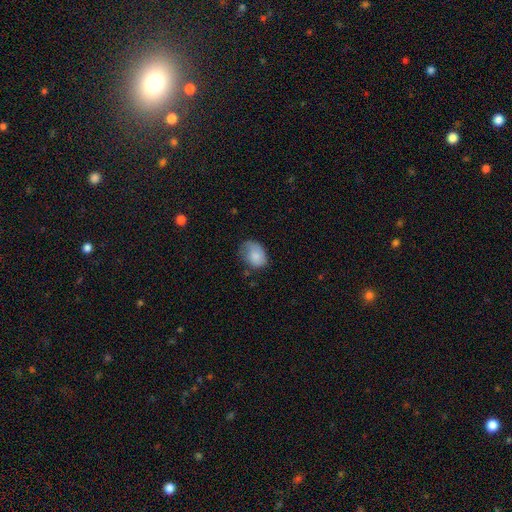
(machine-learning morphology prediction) smooth_or_featured: smooth (p=0.79) [alt: featured or disk p=0.13]
how_rounded: in between (p=0.73) [alt: round p=0.26]
merging: none (p=0.43) [alt: minor disturbance p=0.37]